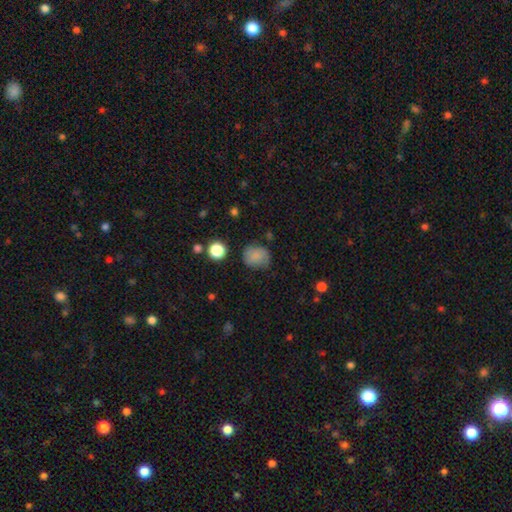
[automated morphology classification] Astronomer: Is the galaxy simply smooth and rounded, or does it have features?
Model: smooth — 77%.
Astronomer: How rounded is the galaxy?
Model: round — 70%.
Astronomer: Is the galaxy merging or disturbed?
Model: none — 67%.